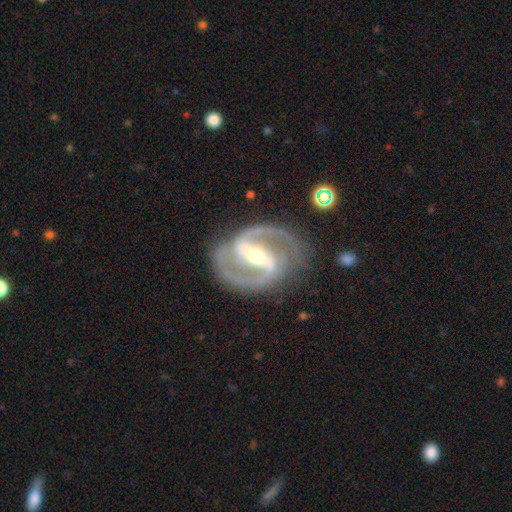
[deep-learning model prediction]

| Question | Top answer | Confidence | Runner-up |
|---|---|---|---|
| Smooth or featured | featured or disk | 92% | star or artifact (4%) |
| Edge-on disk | no | 97% | yes (3%) |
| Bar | strong | 71% | weak (21%) |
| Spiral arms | yes | 98% | no (2%) |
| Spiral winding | medium | 55% | tight (34%) |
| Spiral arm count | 2 | 93% | 3 (2%) |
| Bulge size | moderate | 50% | small (45%) |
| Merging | none | 83% | minor disturbance (12%) |